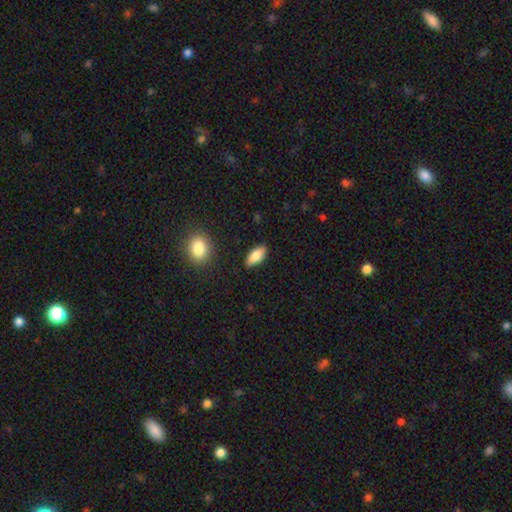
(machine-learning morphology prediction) smooth-or-featured: smooth: 79% | featured or disk: 14% | star or artifact: 6%
  how-rounded: in between: 83% | cigar-shaped: 14% | round: 3%
  merging: none: 87% | minor disturbance: 9% | major disturbance: 2% | merger: 1%